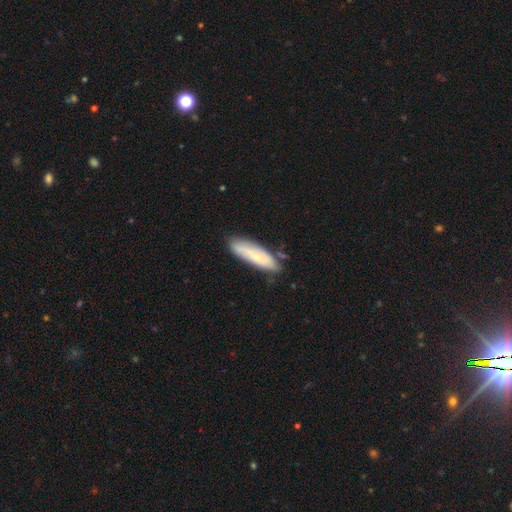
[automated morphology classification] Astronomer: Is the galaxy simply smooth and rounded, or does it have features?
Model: smooth — 62%.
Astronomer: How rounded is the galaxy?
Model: cigar-shaped — 59% (runner-up: in between, 39%).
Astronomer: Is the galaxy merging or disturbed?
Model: none — 72%.